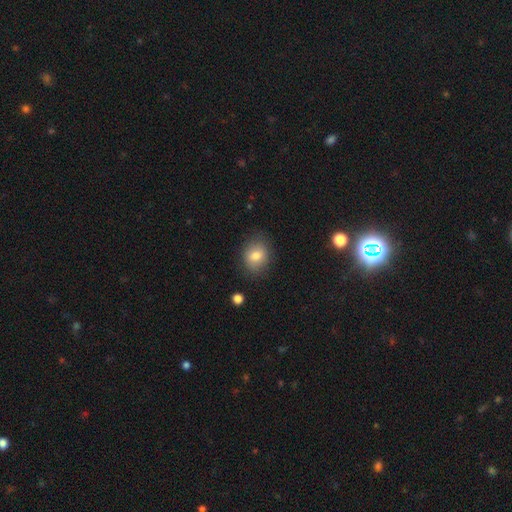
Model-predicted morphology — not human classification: smooth-or-featured: smooth: 79% | featured or disk: 12% | star or artifact: 9%
  how-rounded: round: 52% | in between: 47% | cigar-shaped: 1%
  merging: none: 82% | minor disturbance: 13% | major disturbance: 4% | merger: 2%